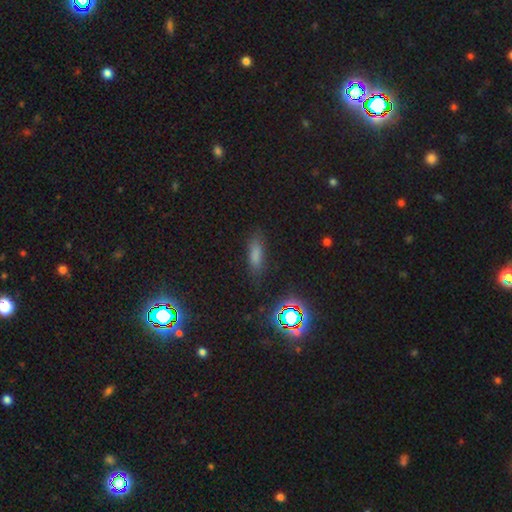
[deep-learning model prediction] Morphology: type=smooth (66%); roundness=in between (51%); merging=none (79%).